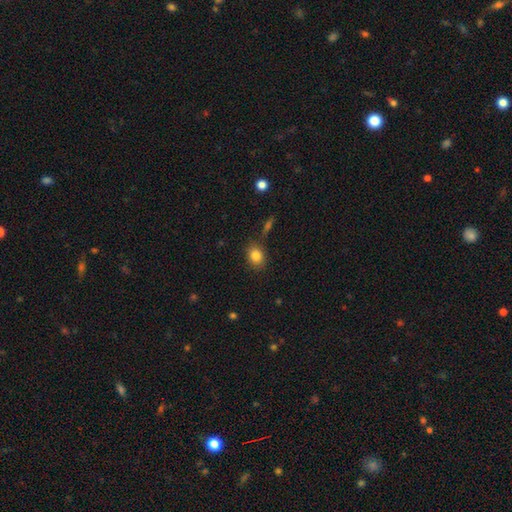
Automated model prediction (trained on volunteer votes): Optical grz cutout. It shows a smooth galaxy with no disk features (83%) that is round (55%). Merging: none (83%).